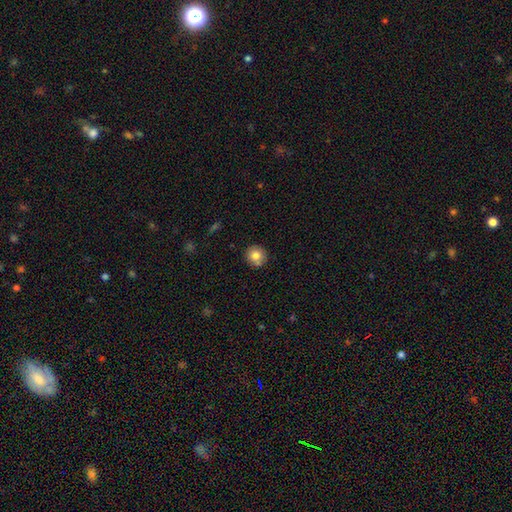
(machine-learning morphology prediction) Smooth or featured?
  - smooth: 80% *
  - featured or disk: 11%
  - star or artifact: 9%
How rounded?
  - round: 93% *
  - in between: 6%
  - cigar-shaped: 1%
Merging?
  - none: 85% *
  - minor disturbance: 9%
  - merger: 3%
  - major disturbance: 2%